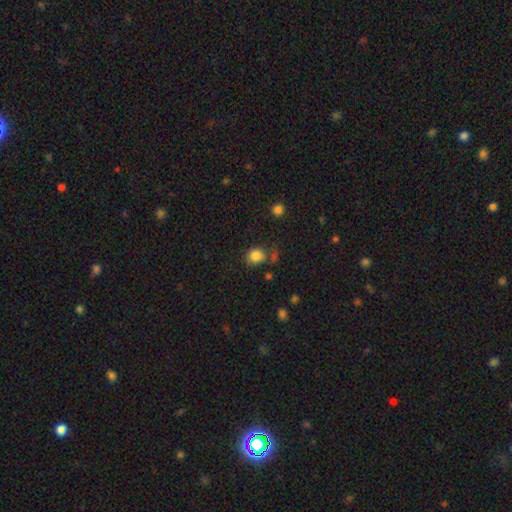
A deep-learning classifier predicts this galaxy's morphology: The model was most divided on "how rounded": round: 67%, in between: 32%, cigar-shaped: 1%. More confident: smooth or featured — smooth (83%); merging — none (66%).